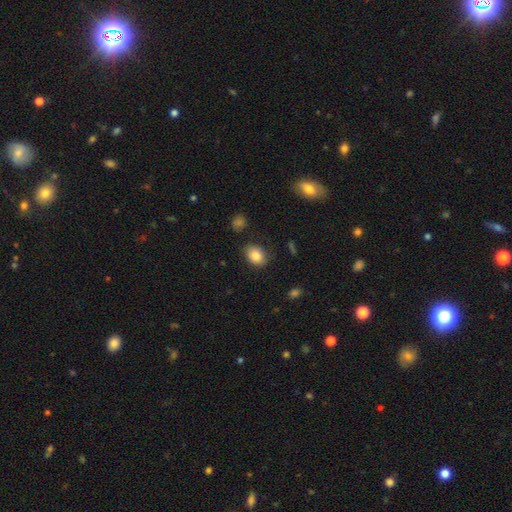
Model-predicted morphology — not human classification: Smooth or featured? smooth (85%)
How rounded? in between (73%)
Merging? none (80%)